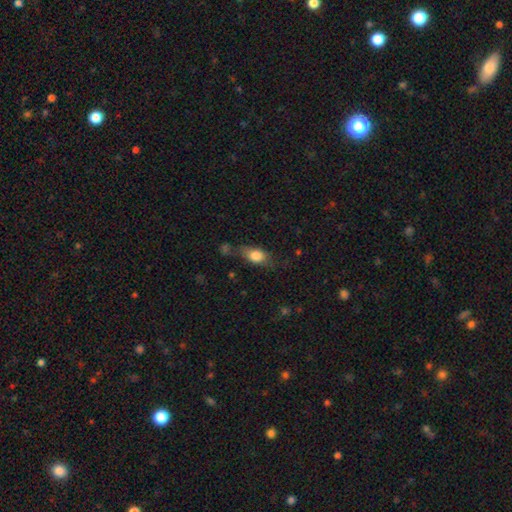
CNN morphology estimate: Smooth or featured: smooth — 77% (featured or disk — 15%)
How rounded: in between — 74% (round — 16%)
Merging: none — 53% (minor disturbance — 27%)